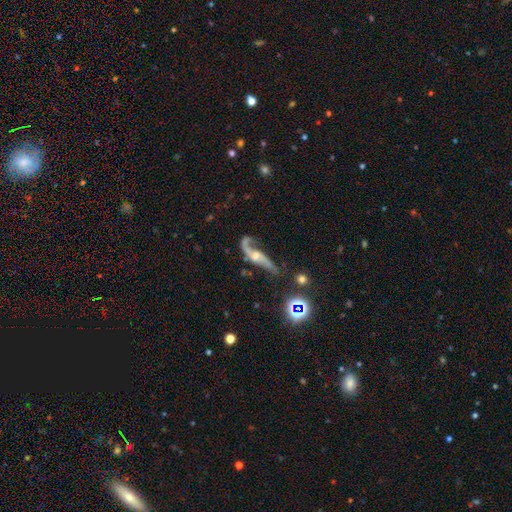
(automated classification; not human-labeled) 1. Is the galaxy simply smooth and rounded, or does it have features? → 78% featured or disk, 13% smooth, 9% star or artifact.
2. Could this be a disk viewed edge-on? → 80% no, 20% yes.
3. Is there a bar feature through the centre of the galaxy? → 61% no, 28% weak, 11% strong.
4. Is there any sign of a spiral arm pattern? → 90% yes, 10% no.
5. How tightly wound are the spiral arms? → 81% loose, 14% medium, 4% tight.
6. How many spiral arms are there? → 81% 2, 12% 1, 4% can't tell, 1% 3, 1% 4, 1% more than 4.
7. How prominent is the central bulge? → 47% moderate, 38% small, 7% none, 6% large, 2% dominant.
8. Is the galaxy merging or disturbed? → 41% none, 27% major disturbance, 22% minor disturbance, 9% merger.